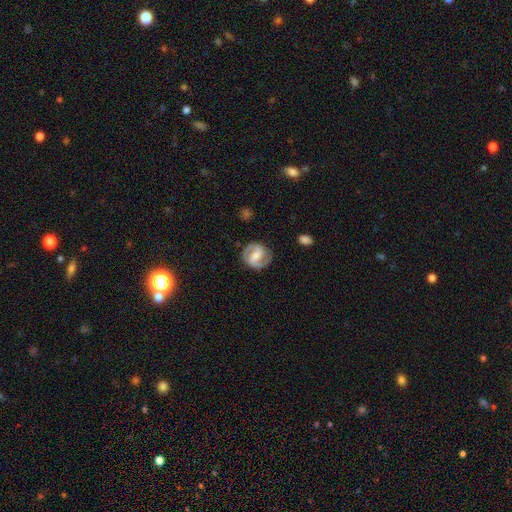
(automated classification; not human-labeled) Smooth or featured: featured or disk — 86% (smooth — 10%)
Edge-on disk: no — 98% (yes — 2%)
Bar: weak — 42% (strong — 38%)
Spiral arms: yes — 96% (no — 4%)
Spiral winding: medium — 52% (tight — 34%)
Spiral arm count: 2 — 93% (can't tell — 3%)
Bulge size: moderate — 50% (small — 36%)
Merging: none — 85% (minor disturbance — 10%)